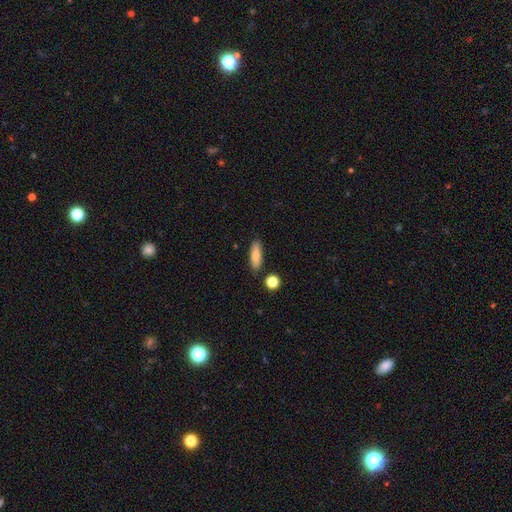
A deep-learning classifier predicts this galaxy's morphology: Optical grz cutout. It shows a smooth galaxy with no disk features (81%) that is in between round and cigar-shaped (49%). Merging: none (85%).